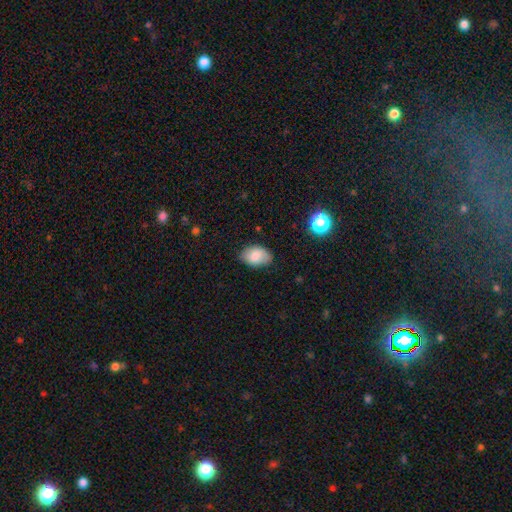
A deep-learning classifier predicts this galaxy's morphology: Smooth or featured: smooth — 81% (featured or disk — 12%)
How rounded: in between — 89% (round — 10%)
Merging: none — 79% (minor disturbance — 16%)